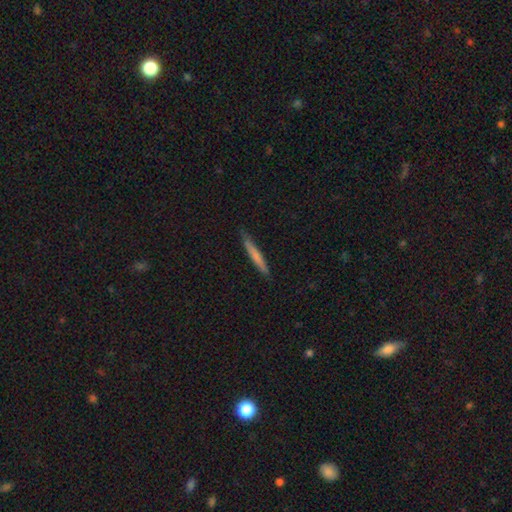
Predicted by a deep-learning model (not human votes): The model was most divided on "smooth or featured": smooth: 67%, featured or disk: 28%, star or artifact: 6%. More confident: how rounded — cigar-shaped (95%); merging — none (88%).